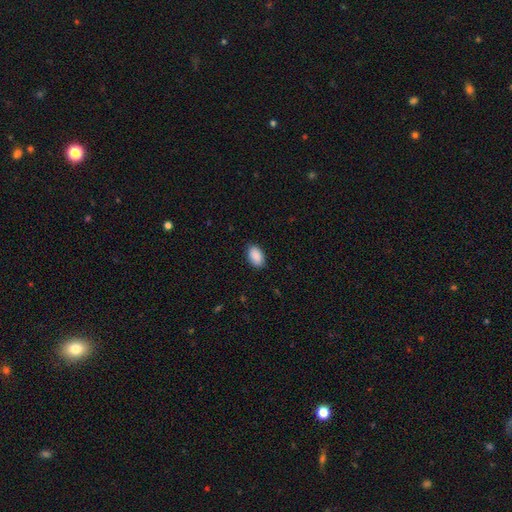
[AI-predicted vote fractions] A smooth galaxy with no disk features (91%) that is in between round and cigar-shaped (93%).

Vote fractions:
- Smooth or featured? smooth: 91% / star or artifact: 7% / featured or disk: 3%
- How rounded? in between: 93% / round: 5% / cigar-shaped: 1%
- Merging? none: 86% / minor disturbance: 10% / major disturbance: 2% / merger: 1%